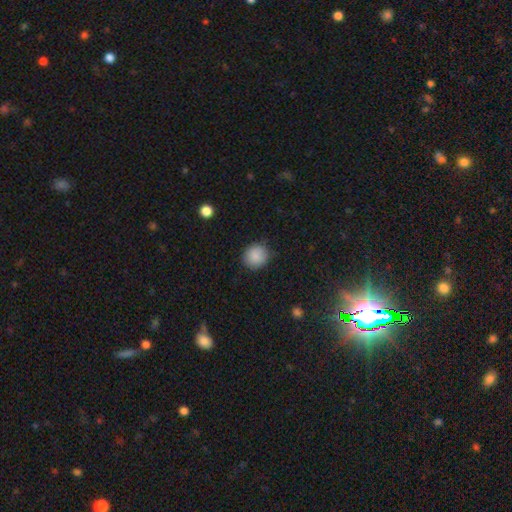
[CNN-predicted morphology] smooth 88%, star or artifact 8%, featured or disk 4%. Down the decision tree: how rounded — round (86%); merging — none (84%).